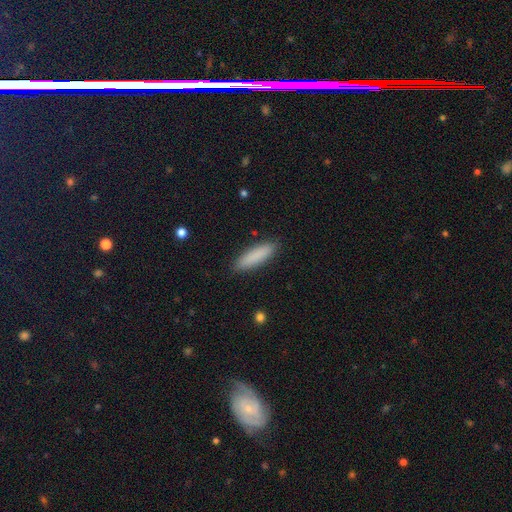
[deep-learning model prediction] This appears to be a smooth galaxy with no disk features (87%) that is cigar-shaped (70%). Merging: none (89%).